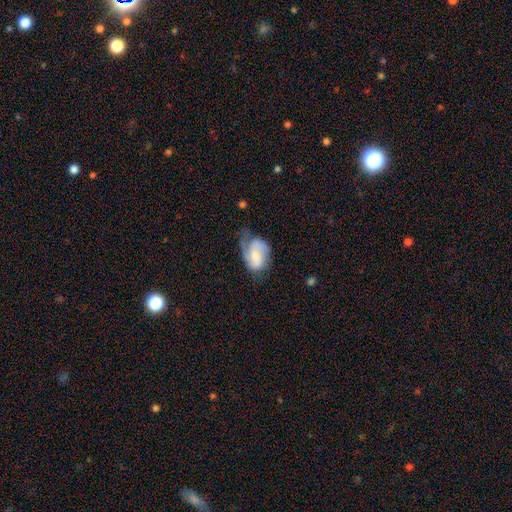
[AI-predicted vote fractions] A featured or disk galaxy (55%) with no bar (51%), spiral arms (84%) and a moderate central bulge (36%). Merging: minor disturbance (35%).